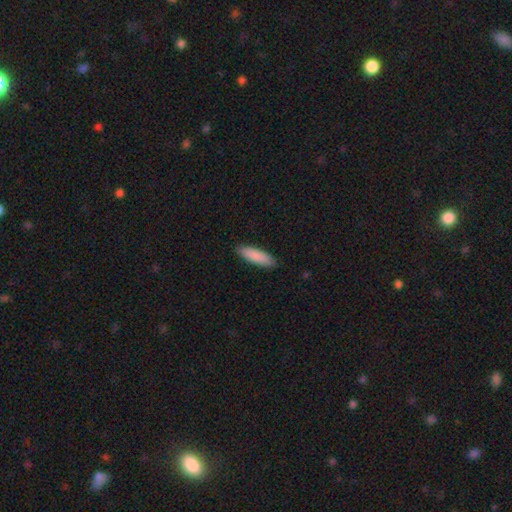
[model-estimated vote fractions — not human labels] Smooth or featured?
  - smooth: 88% *
  - featured or disk: 6%
  - star or artifact: 5%
How rounded?
  - cigar-shaped: 59% *
  - in between: 40%
  - round: 1%
Merging?
  - none: 90% *
  - minor disturbance: 8%
  - major disturbance: 1%
  - merger: 1%